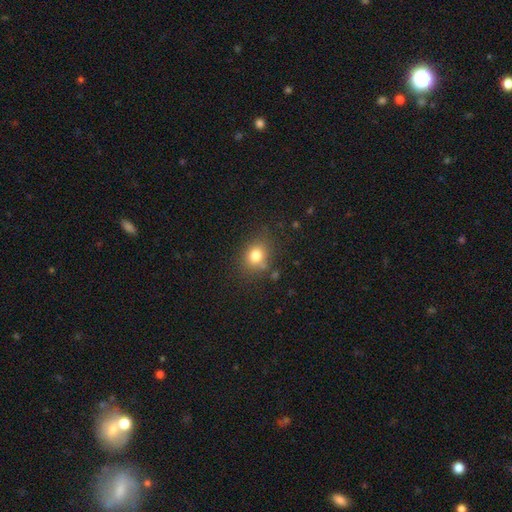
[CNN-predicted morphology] Smooth or featured? smooth (79%)
How rounded? round (59%)
Merging? none (75%)